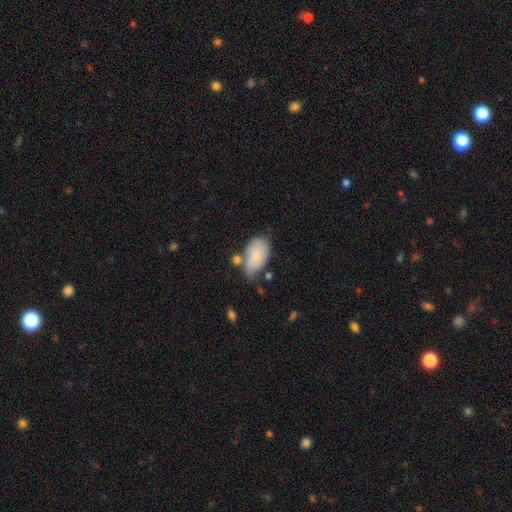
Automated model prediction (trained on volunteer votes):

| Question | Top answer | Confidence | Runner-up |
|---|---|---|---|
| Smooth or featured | smooth | 72% | featured or disk (22%) |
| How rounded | in between | 93% | round (5%) |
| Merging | none | 40% | minor disturbance (32%) |